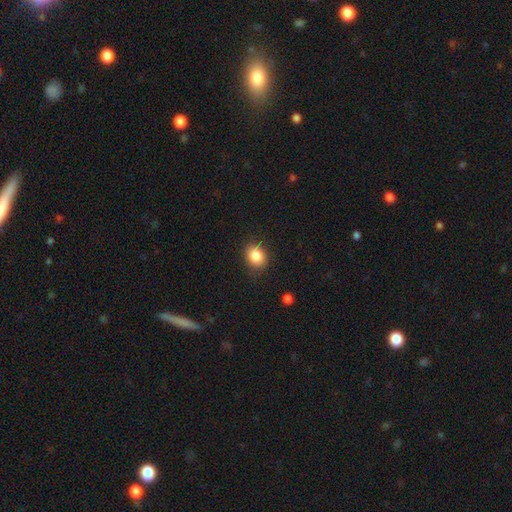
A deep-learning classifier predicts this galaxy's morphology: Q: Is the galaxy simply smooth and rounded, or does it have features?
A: smooth — 85%.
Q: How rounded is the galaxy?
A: round — 55%.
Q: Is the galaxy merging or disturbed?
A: none — 83%.